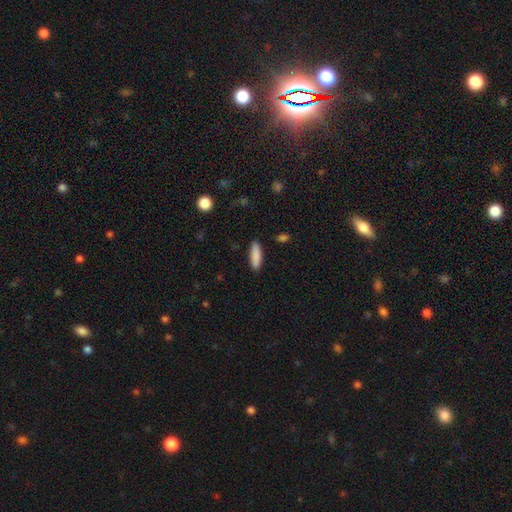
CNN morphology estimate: Smooth or featured? smooth (88%)
How rounded? cigar-shaped (56%)
Merging? none (89%)